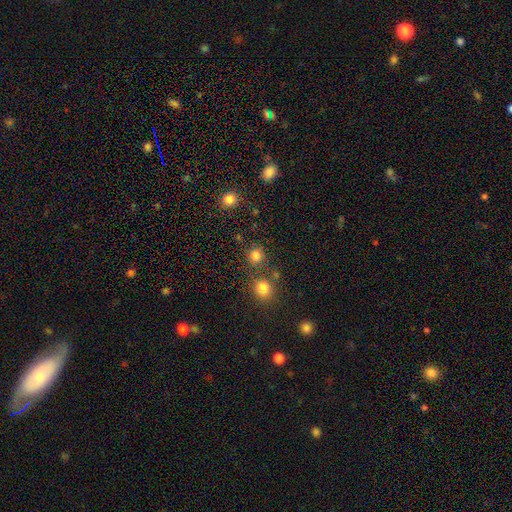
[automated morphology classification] Smooth or featured? smooth (81%)
How rounded? round (90%)
Merging? none (78%)